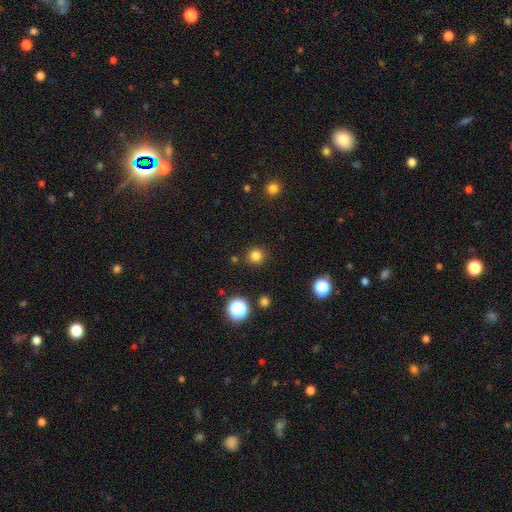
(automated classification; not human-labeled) Overall: smooth (82%). How rounded: round (91%). Merging: none (88%).